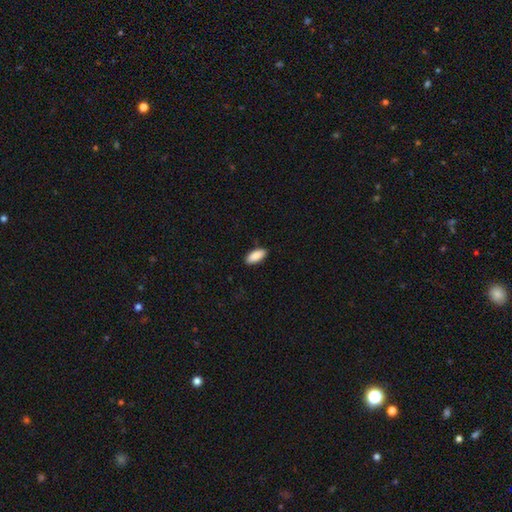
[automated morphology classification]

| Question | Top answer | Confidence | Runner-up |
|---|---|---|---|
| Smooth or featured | smooth | 90% | star or artifact (6%) |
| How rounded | in between | 87% | cigar-shaped (12%) |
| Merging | none | 88% | minor disturbance (9%) |